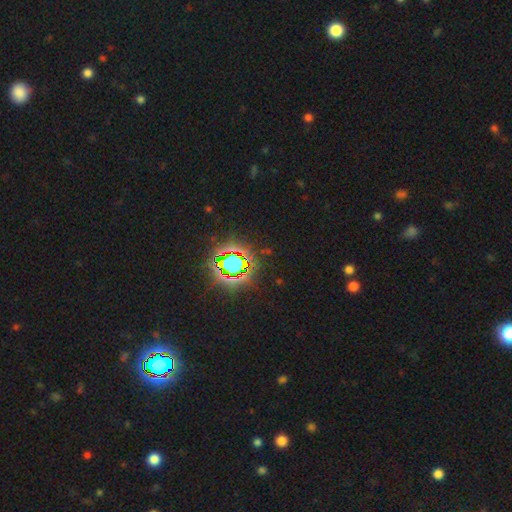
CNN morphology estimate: A star or artifact, not a galaxy (82%).

Vote fractions:
- Smooth or featured? star or artifact: 82% / smooth: 11% / featured or disk: 7%